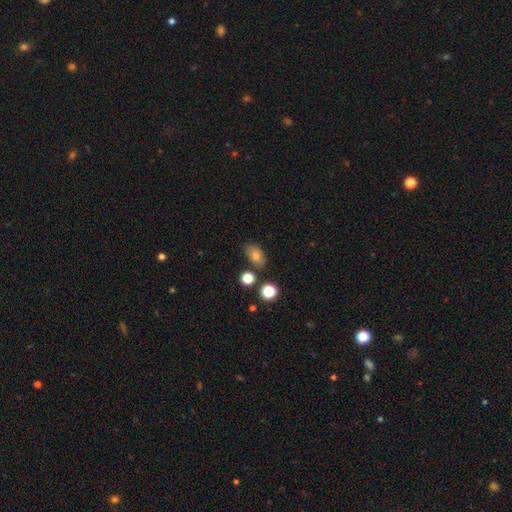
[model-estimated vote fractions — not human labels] A smooth galaxy with no disk features (76%) that is in between round and cigar-shaped (83%).

Vote fractions:
- Smooth or featured? smooth: 76% / star or artifact: 12% / featured or disk: 12%
- How rounded? in between: 83% / round: 15% / cigar-shaped: 2%
- Merging? none: 73% / minor disturbance: 15% / merger: 7% / major disturbance: 4%